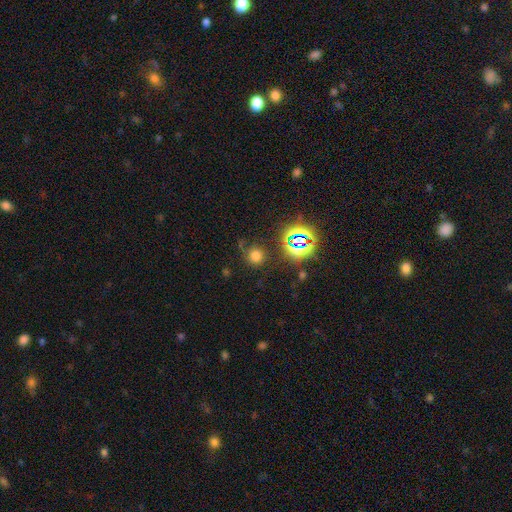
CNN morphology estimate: This is likely a smooth galaxy (64%). How rounded: clearly round (90%). Merging: likely none (76%).